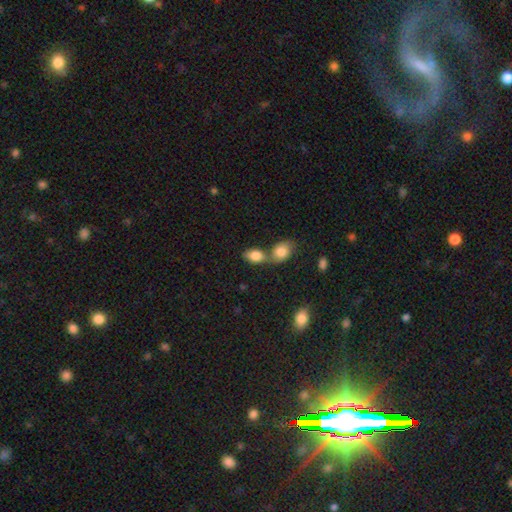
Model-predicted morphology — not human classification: Smooth or featured: smooth — 83% (featured or disk — 9%)
How rounded: in between — 84% (round — 13%)
Merging: merger — 55% (none — 32%)